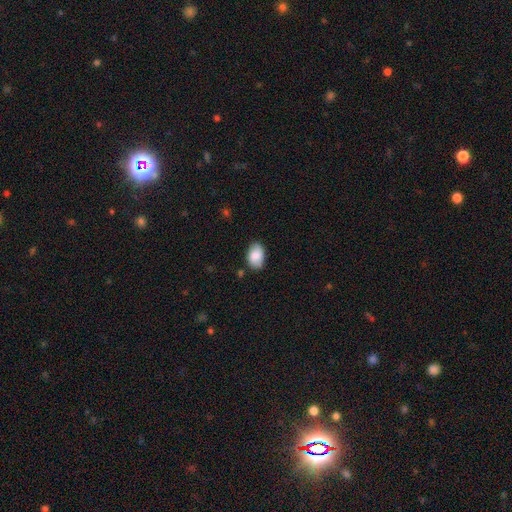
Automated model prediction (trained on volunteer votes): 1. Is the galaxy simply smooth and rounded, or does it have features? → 86% smooth, 8% featured or disk, 7% star or artifact.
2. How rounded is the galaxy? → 88% in between, 10% round, 1% cigar-shaped.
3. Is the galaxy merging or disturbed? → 80% none, 15% minor disturbance, 3% major disturbance, 2% merger.